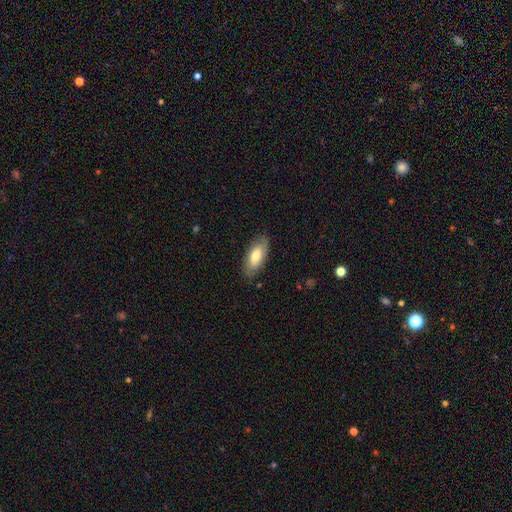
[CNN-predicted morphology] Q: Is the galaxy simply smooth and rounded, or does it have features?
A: smooth — 68%.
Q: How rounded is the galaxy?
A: in between — 86%.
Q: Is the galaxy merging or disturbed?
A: none — 84%.